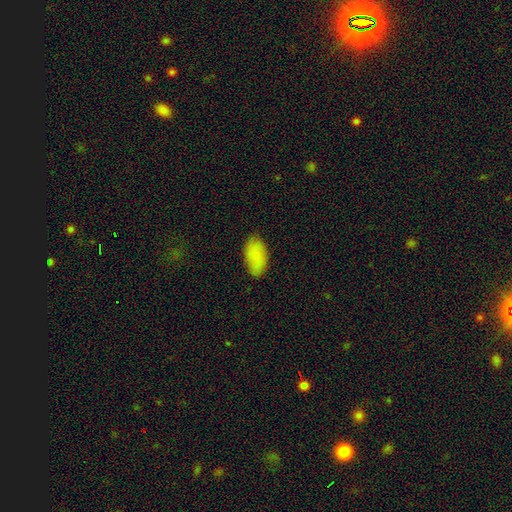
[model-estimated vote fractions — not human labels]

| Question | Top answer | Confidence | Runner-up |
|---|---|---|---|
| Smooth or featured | smooth | 86% | featured or disk (8%) |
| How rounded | in between | 95% | round (3%) |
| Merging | none | 85% | minor disturbance (12%) |